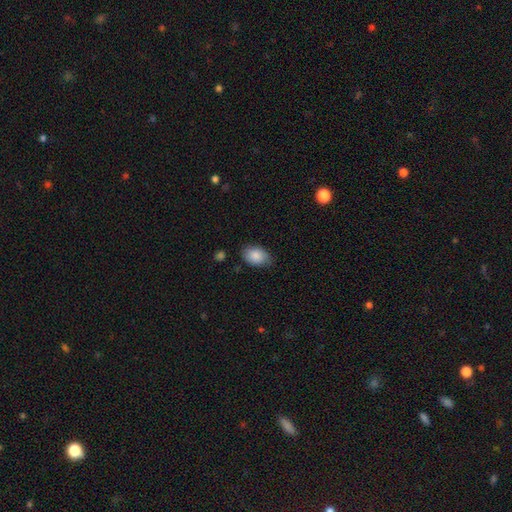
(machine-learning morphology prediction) smooth-or-featured: smooth: 86% | featured or disk: 7% | star or artifact: 7%
  how-rounded: in between: 84% | round: 15% | cigar-shaped: 1%
  merging: none: 74% | minor disturbance: 21% | major disturbance: 4% | merger: 2%